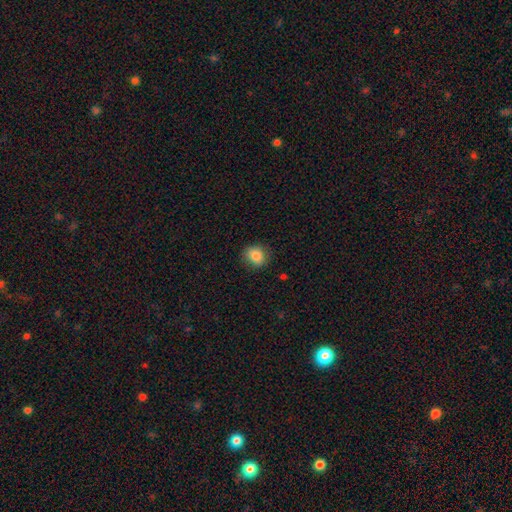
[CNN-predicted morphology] smooth 83%, star or artifact 10%, featured or disk 7%. Down the decision tree: how rounded — round (67%); merging — none (83%).